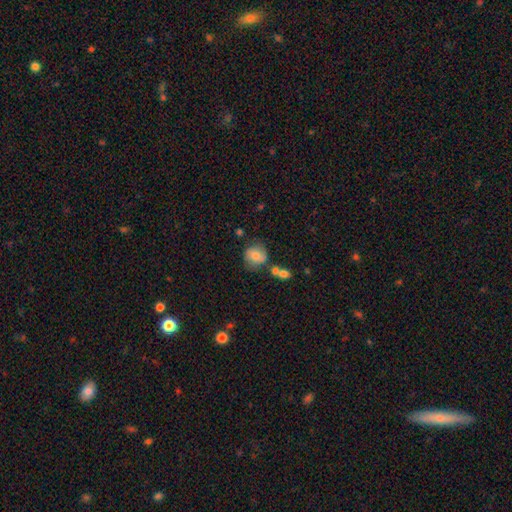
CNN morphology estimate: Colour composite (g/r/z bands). It shows a smooth galaxy with no disk features (69%) that is round (80%). Merging: none (61%).